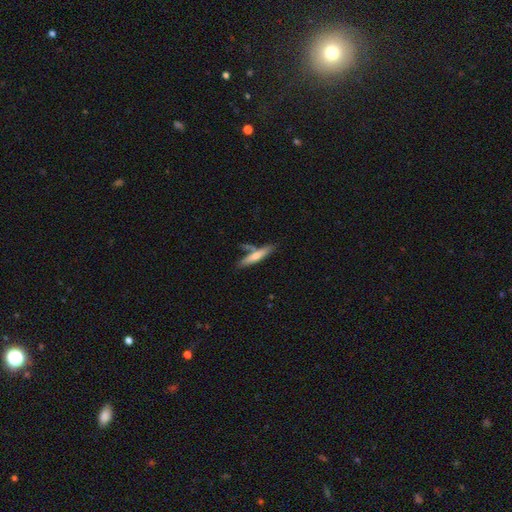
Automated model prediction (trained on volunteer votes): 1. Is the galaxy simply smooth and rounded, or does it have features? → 55% smooth, 39% featured or disk, 6% star or artifact.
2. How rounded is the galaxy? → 86% cigar-shaped, 12% in between, 2% round.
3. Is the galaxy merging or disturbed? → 68% none, 15% merger, 14% minor disturbance, 4% major disturbance.